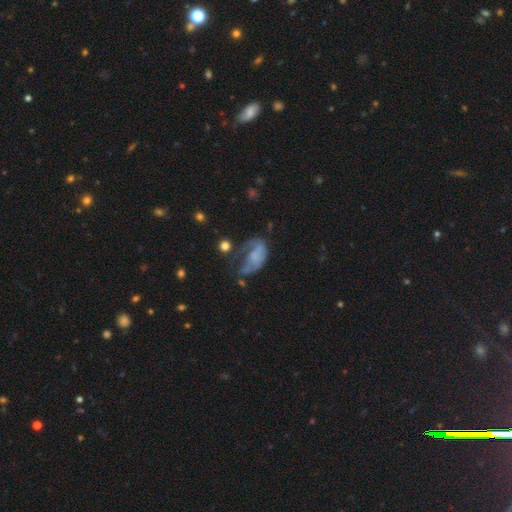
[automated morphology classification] smooth-or-featured: featured or disk: 46% | smooth: 41% | star or artifact: 13%
  merging: major disturbance: 48% | minor disturbance: 22% | none: 22% | merger: 9%